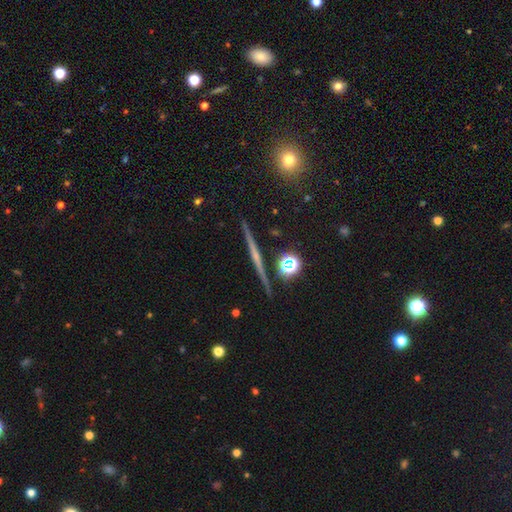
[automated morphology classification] Q: Smooth or featured?
A: featured or disk (70%); runner-up: smooth (19%)
Q: Edge-on disk?
A: yes (97%); runner-up: no (3%)
Q: Edge-on bulge?
A: none (55%); runner-up: rounded (35%)
Q: Merging?
A: none (90%); runner-up: minor disturbance (6%)